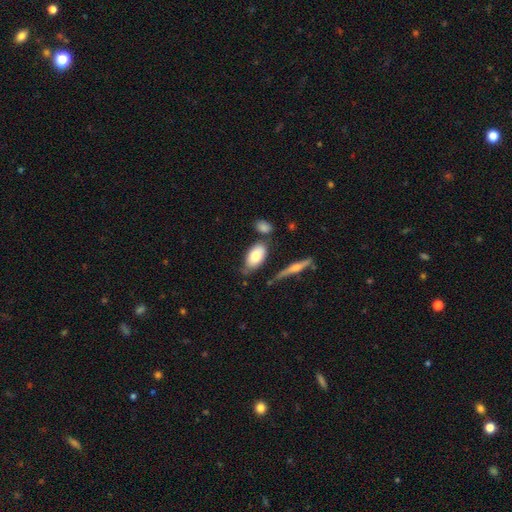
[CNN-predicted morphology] type=smooth (75%); roundness=in between (92%); merging=none (57%).